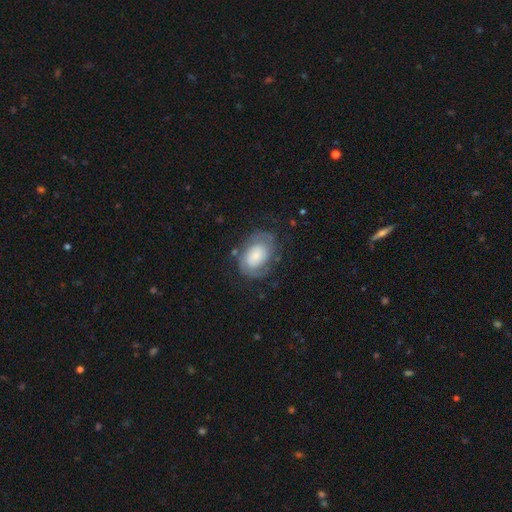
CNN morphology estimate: smooth_or_featured: featured or disk (p=0.51) [alt: smooth p=0.42]
disk_edge_on: no (p=0.97) [alt: yes p=0.03]
merging: none (p=0.56) [alt: minor disturbance p=0.25]